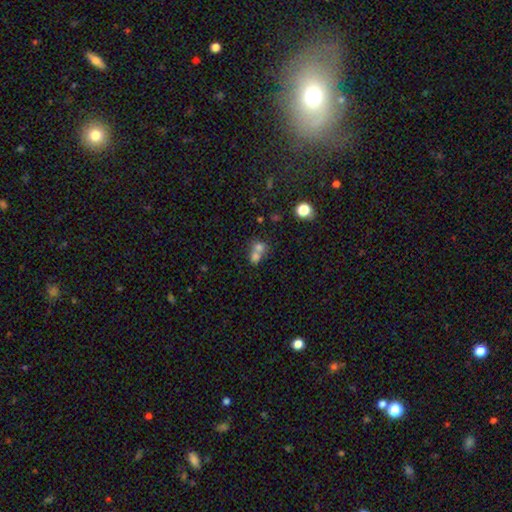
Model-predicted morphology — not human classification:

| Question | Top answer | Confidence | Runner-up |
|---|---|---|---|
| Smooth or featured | smooth | 70% | featured or disk (16%) |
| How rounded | round | 64% | in between (35%) |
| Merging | merger | 67% | none (25%) |